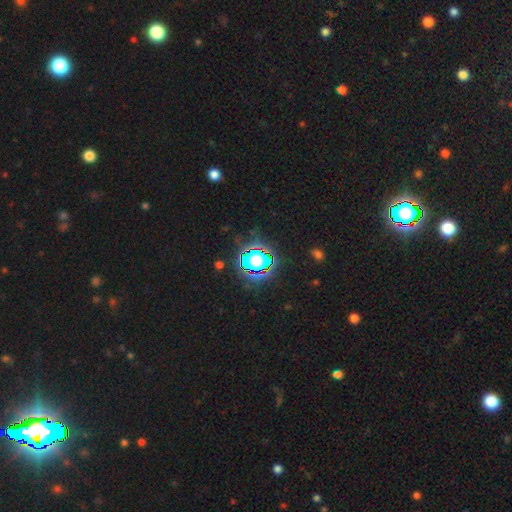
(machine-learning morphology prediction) Overall: star or artifact (74%).